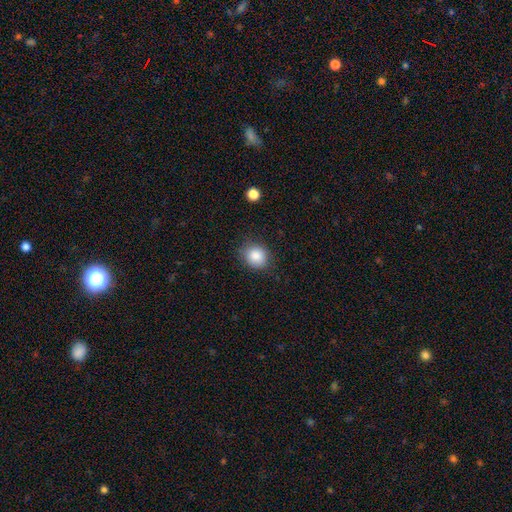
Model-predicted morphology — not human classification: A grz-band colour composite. It shows a smooth galaxy with no disk features (86%) that is round (72%). Merging: none (83%).